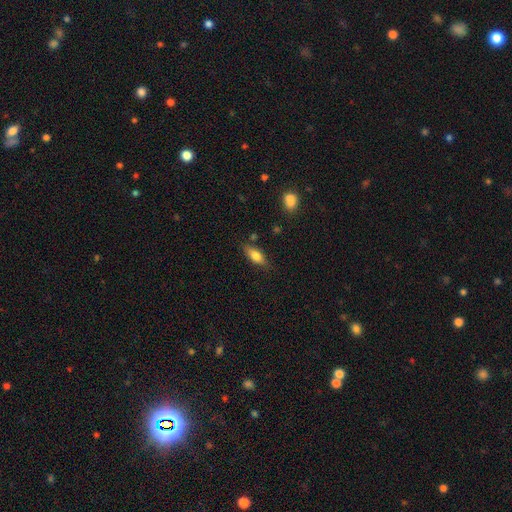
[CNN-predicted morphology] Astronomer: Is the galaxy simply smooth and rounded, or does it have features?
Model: smooth — 74%.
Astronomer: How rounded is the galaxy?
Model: in between — 73%.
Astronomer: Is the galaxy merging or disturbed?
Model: none — 77%.